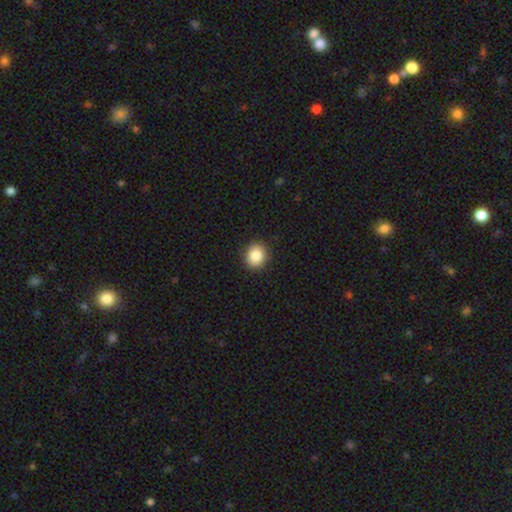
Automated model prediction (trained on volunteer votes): Smooth or featured?
  - smooth: 86% *
  - star or artifact: 9%
  - featured or disk: 5%
How rounded?
  - round: 80% *
  - in between: 19%
  - cigar-shaped: 1%
Merging?
  - none: 91% *
  - minor disturbance: 6%
  - major disturbance: 2%
  - merger: 1%